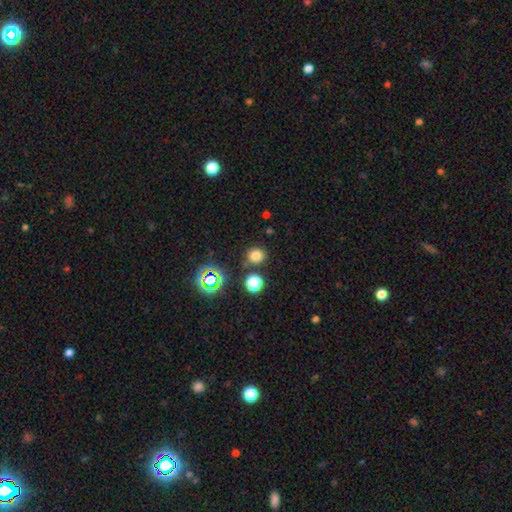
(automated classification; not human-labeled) Smooth or featured? Predicted: smooth (p=0.74). How rounded? Predicted: round (p=0.85). Merging? Predicted: none (p=0.80).